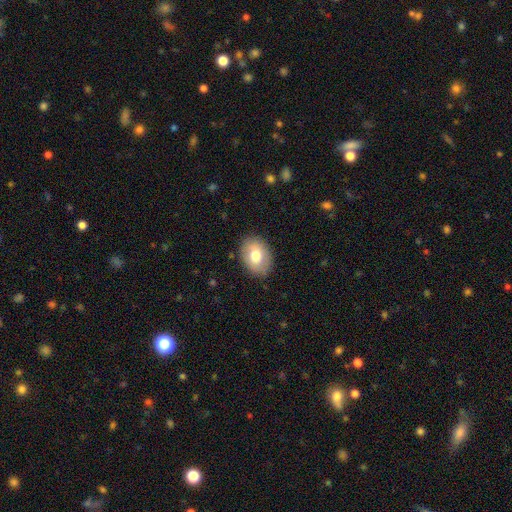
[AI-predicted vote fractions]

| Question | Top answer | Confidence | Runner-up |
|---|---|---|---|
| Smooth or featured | smooth | 73% | featured or disk (19%) |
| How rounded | in between | 76% | round (23%) |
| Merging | none | 86% | minor disturbance (11%) |